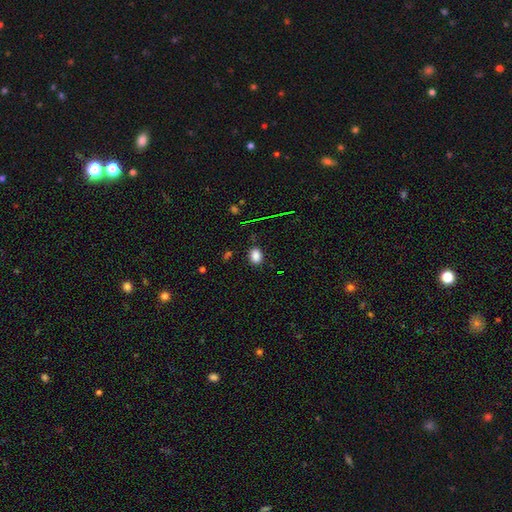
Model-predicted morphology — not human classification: A smooth galaxy with no disk features (83%) that is in between round and cigar-shaped (69%). Merging: none (86%).